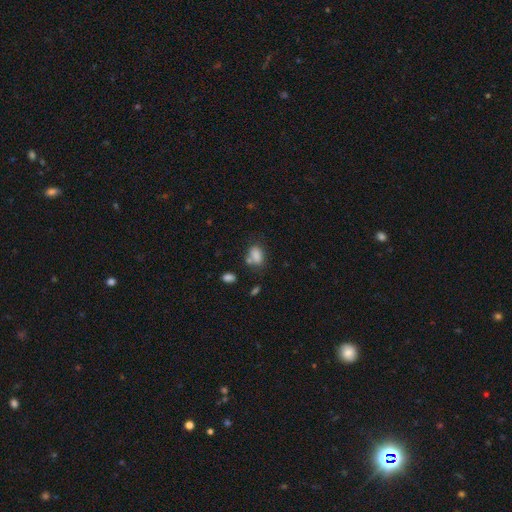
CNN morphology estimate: The model was most divided on "merging": none: 51%, merger: 21%, minor disturbance: 20%, major disturbance: 8%. More confident: smooth or featured — smooth (81%); how rounded — in between (81%).